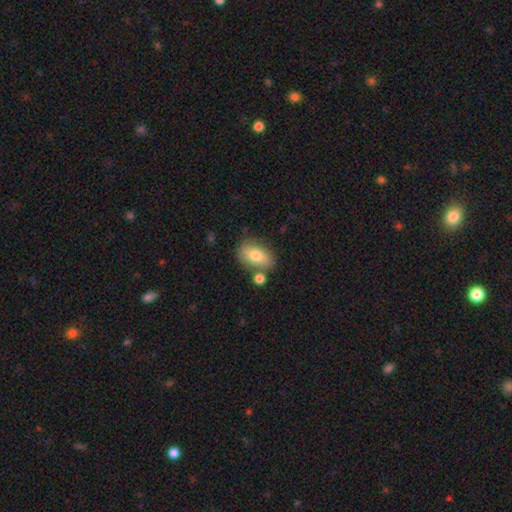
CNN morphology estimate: smooth-or-featured: smooth: 72% | featured or disk: 21% | star or artifact: 7%
  how-rounded: in between: 87% | round: 11% | cigar-shaped: 3%
  merging: none: 70% | minor disturbance: 14% | merger: 12% | major disturbance: 4%